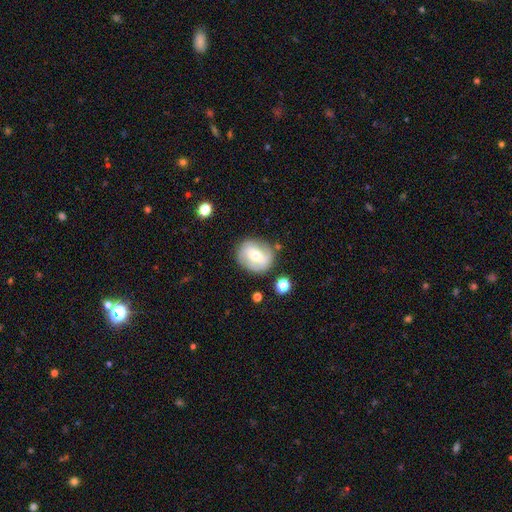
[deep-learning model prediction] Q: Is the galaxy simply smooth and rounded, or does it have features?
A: featured or disk — 50%.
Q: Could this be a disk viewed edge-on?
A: no — 94%.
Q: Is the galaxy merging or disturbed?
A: none — 77%.